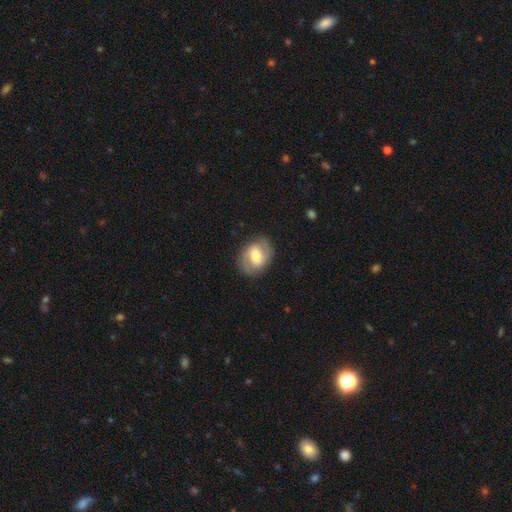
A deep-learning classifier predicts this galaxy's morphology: The model was most divided on "spiral winding": medium: 46%, tight: 38%, loose: 16%. Remaining: edge-on disk — no (97%); spiral arm count — 2 (87%); spiral arms — yes (86%); merging — none (83%); smooth or featured — featured or disk (69%); bulge size — moderate (60%); bar — weak (46%).